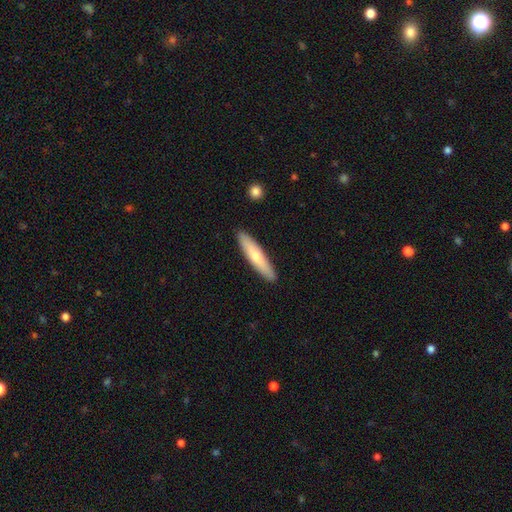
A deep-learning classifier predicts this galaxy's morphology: The model was most divided on "smooth or featured": smooth: 62%, featured or disk: 33%, star or artifact: 5%. More confident: merging — none (91%); how rounded — cigar-shaped (84%).